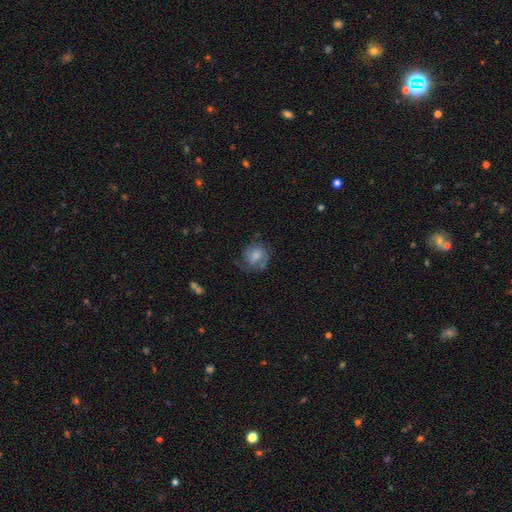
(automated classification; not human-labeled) Morphology: type=featured or disk (50%); merging=none (62%).